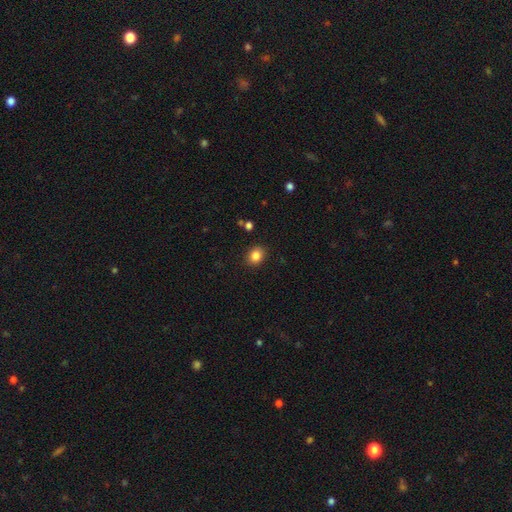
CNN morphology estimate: This is clearly a smooth galaxy (85%). How rounded: likely round (61%). Merging: clearly none (89%).